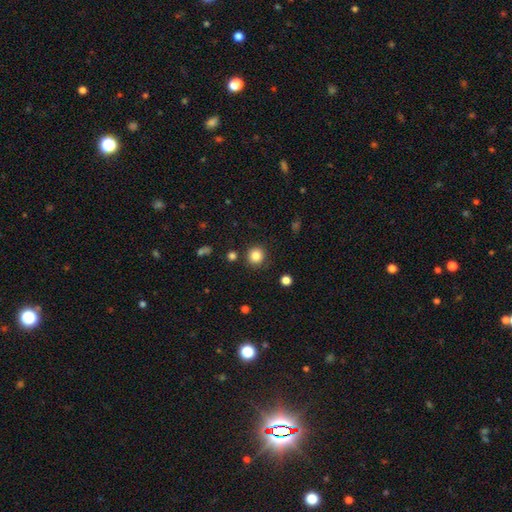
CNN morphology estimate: Overall: smooth (84%). How rounded: round (93%). Merging: none (88%).